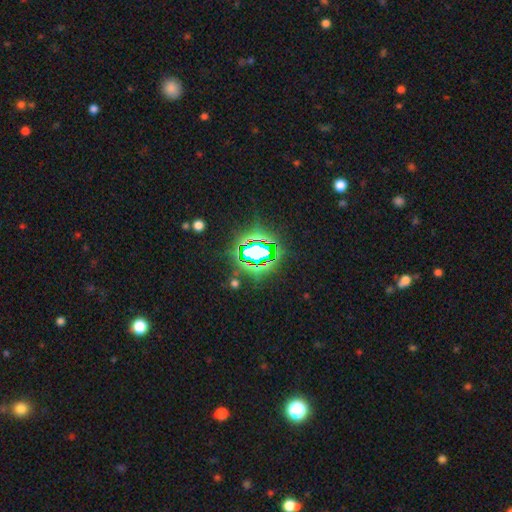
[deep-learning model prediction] Smooth or featured?
  - star or artifact: 80% *
  - smooth: 12%
  - featured or disk: 8%